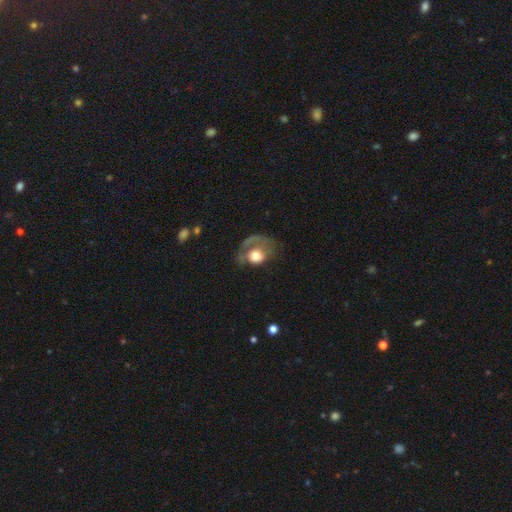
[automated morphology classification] Smooth or featured? Predicted: smooth (p=0.47). Merging? Predicted: major disturbance (p=0.49).